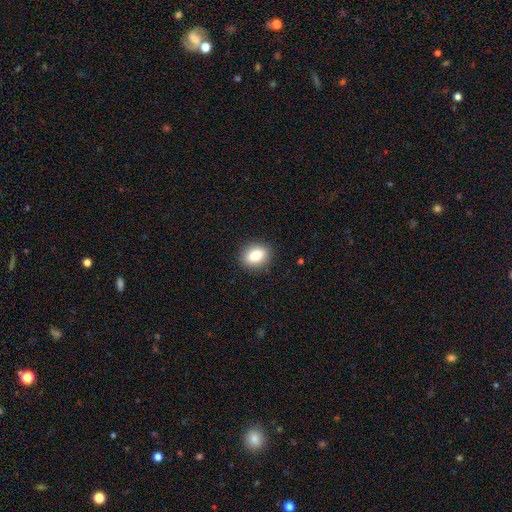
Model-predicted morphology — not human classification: Smooth or featured? Predicted: smooth (p=0.84). How rounded? Predicted: in between (p=0.64). Merging? Predicted: none (p=0.89).